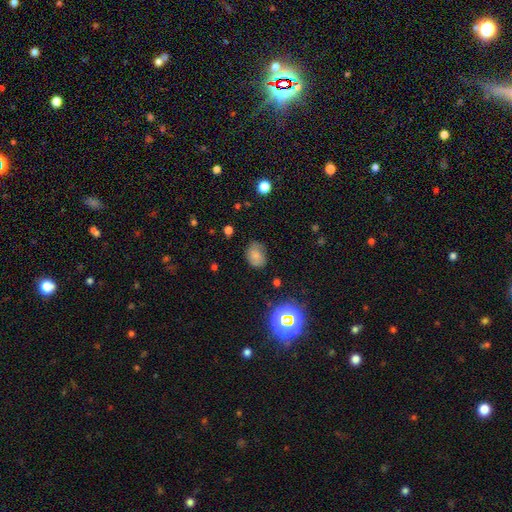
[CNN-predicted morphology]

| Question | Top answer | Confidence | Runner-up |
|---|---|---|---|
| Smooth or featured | smooth | 66% | featured or disk (20%) |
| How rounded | in between | 58% | round (41%) |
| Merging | none | 67% | minor disturbance (25%) |